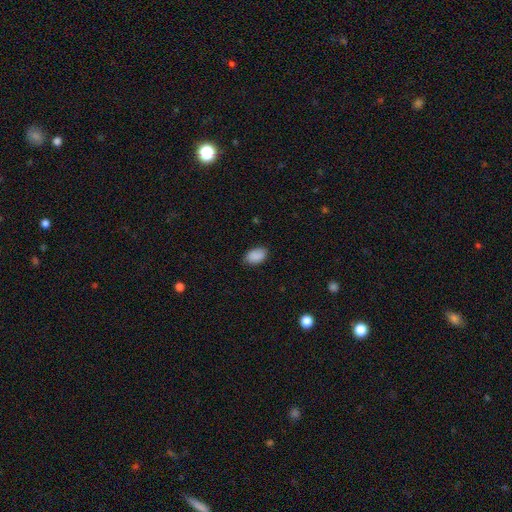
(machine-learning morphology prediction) A smooth galaxy with no disk features (89%) that is in between round and cigar-shaped (90%).

Vote fractions:
- Smooth or featured? smooth: 89% / star or artifact: 7% / featured or disk: 3%
- How rounded? in between: 90% / round: 9% / cigar-shaped: 1%
- Merging? none: 84% / minor disturbance: 13% / major disturbance: 2% / merger: 1%